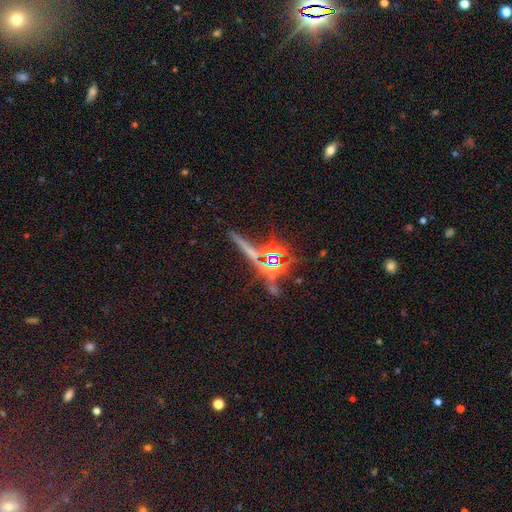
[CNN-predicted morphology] smooth_or_featured: star or artifact (p=0.64) [alt: featured or disk p=0.22]